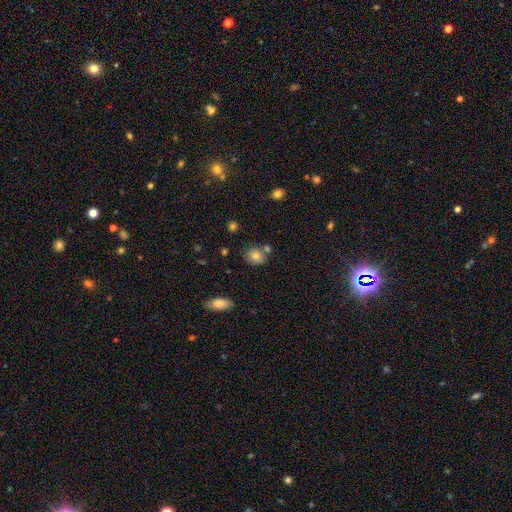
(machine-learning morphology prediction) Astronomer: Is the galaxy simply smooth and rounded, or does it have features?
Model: smooth — 80%.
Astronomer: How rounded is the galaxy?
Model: round — 69%.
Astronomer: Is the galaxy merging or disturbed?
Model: none — 71%.